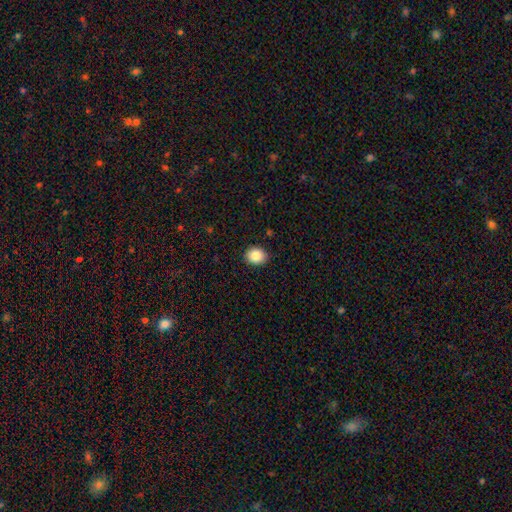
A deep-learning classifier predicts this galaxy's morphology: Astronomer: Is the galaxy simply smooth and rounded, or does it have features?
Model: smooth — 87%.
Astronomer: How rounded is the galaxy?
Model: round — 61% (runner-up: in between, 38%).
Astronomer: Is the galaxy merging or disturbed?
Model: none — 90%.